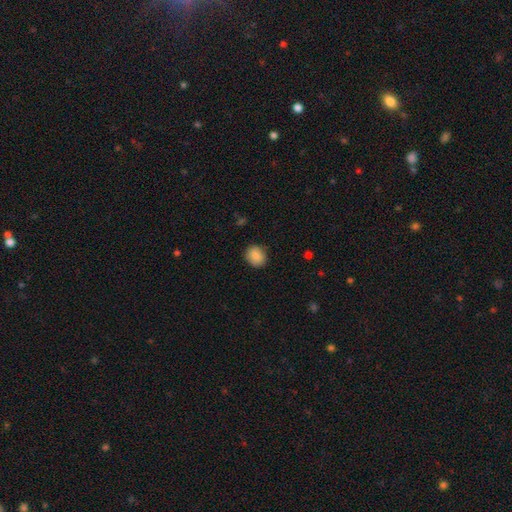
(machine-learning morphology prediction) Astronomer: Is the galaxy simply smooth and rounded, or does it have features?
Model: smooth — 88%.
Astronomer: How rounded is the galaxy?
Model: round — 67%.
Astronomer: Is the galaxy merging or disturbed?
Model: none — 86%.